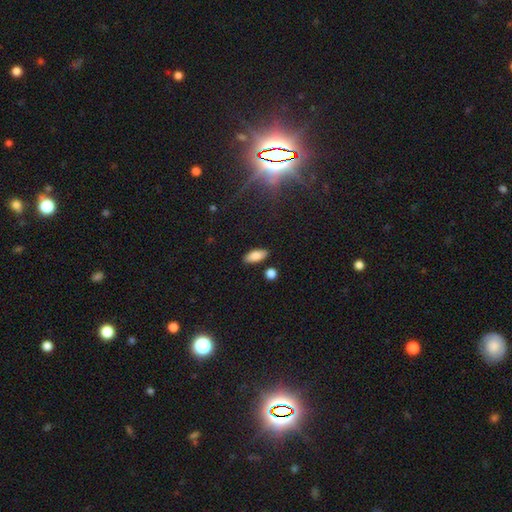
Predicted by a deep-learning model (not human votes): Smooth or featured: smooth — 83% (featured or disk — 9%)
How rounded: in between — 86% (cigar-shaped — 11%)
Merging: none — 85% (minor disturbance — 9%)